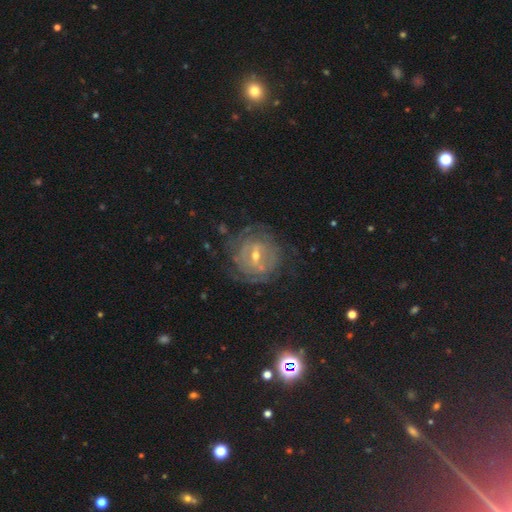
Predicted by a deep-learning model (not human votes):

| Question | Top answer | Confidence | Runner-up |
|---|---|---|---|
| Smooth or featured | featured or disk | 79% | smooth (11%) |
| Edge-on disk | no | 95% | yes (5%) |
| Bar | weak | 50% | strong (28%) |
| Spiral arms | yes | 84% | no (16%) |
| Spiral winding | tight | 71% | medium (22%) |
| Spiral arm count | can't tell | 53% | 2 (16%) |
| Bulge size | small | 51% | moderate (45%) |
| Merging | none | 73% | minor disturbance (16%) |